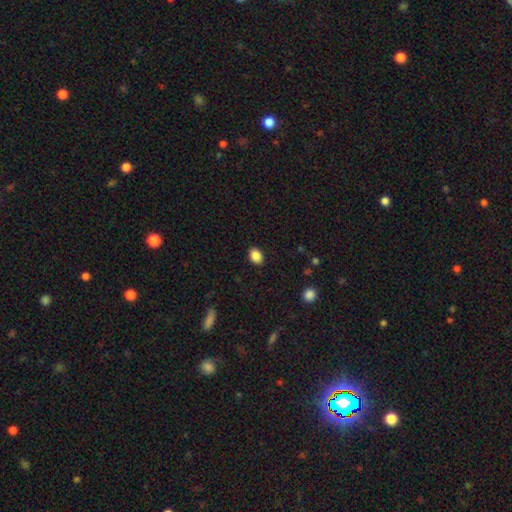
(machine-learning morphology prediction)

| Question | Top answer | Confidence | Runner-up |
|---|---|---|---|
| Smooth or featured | smooth | 88% | star or artifact (8%) |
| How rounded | in between | 69% | round (30%) |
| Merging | none | 90% | minor disturbance (7%) |